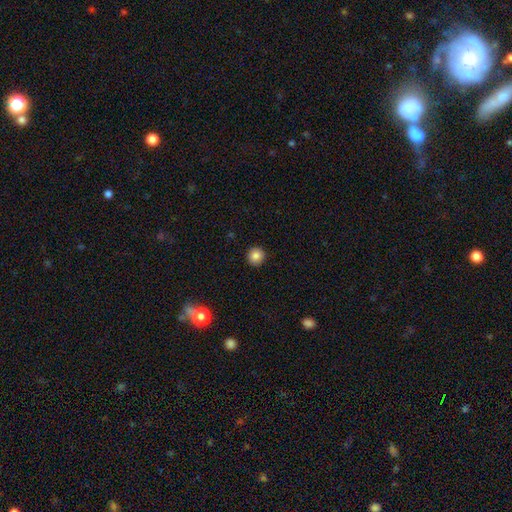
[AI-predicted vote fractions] Overall: smooth (85%). How rounded: round (93%). Merging: none (92%).